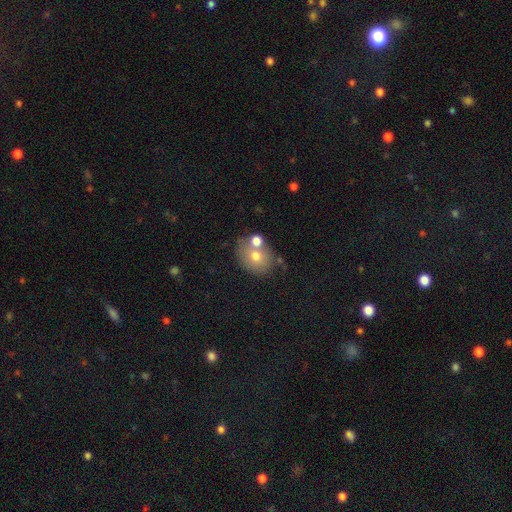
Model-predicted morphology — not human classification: Q: Smooth or featured?
A: smooth (68%); runner-up: featured or disk (21%)
Q: How rounded?
A: round (56%); runner-up: in between (43%)
Q: Merging?
A: none (52%); runner-up: merger (30%)